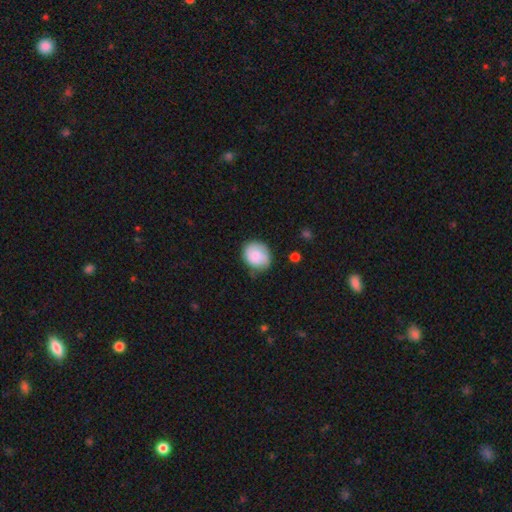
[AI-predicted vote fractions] Q: Smooth or featured?
A: smooth (71%); runner-up: featured or disk (22%)
Q: How rounded?
A: round (66%); runner-up: in between (33%)
Q: Merging?
A: none (67%); runner-up: minor disturbance (25%)